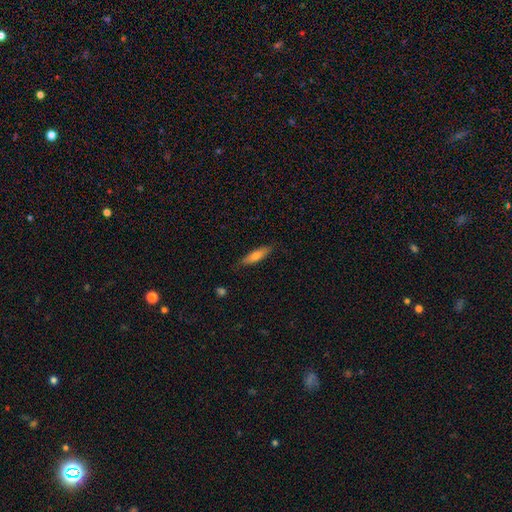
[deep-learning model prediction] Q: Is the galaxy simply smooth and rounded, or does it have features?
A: smooth — 65%.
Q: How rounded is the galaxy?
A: cigar-shaped — 70%.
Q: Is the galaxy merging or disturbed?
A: none — 84%.